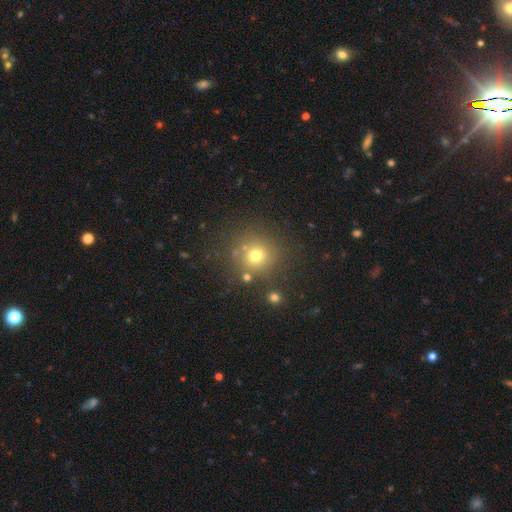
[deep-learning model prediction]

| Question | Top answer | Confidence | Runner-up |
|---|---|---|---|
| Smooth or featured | smooth | 71% | star or artifact (19%) |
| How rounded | round | 90% | in between (9%) |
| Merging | none | 79% | minor disturbance (10%) |